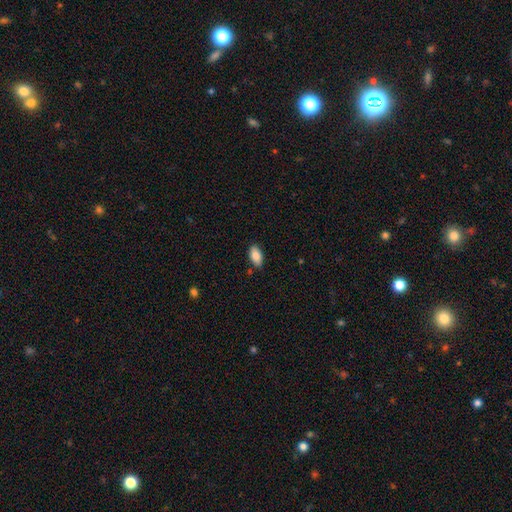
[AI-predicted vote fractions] Smooth or featured? smooth (85%)
How rounded? in between (93%)
Merging? none (84%)